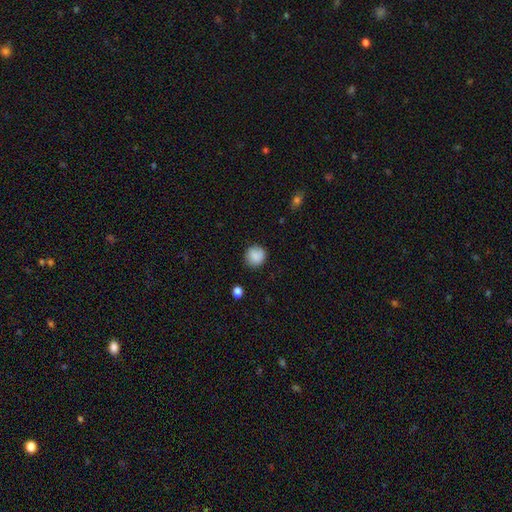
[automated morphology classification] Smooth or featured?
  - smooth: 87% *
  - star or artifact: 8%
  - featured or disk: 4%
How rounded?
  - round: 90% *
  - in between: 9%
  - cigar-shaped: 1%
Merging?
  - none: 85% *
  - minor disturbance: 11%
  - major disturbance: 3%
  - merger: 1%